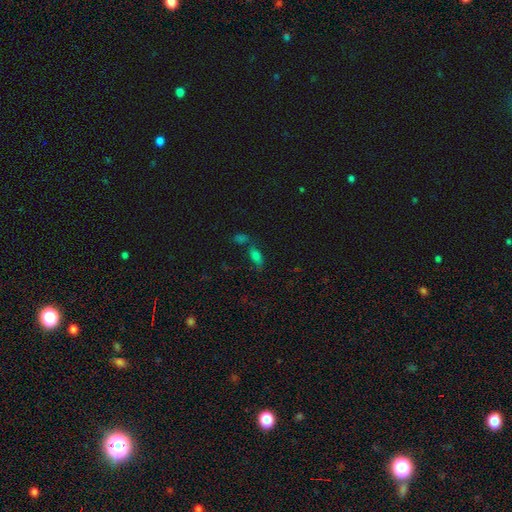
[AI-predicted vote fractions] smooth 69%, star or artifact 16%, featured or disk 15%. Down the decision tree: how rounded — in between (78%); merging — none (48%).